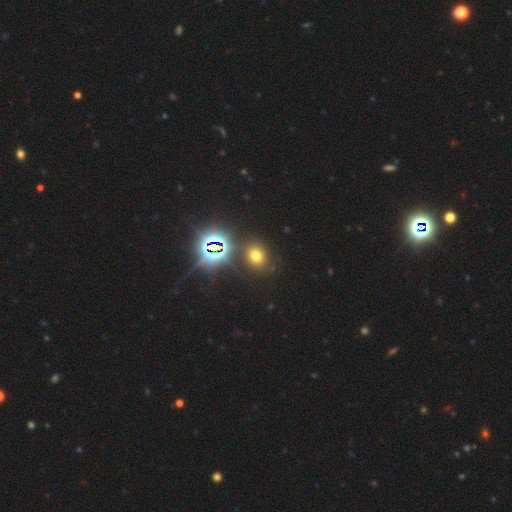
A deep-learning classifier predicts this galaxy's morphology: Overall: smooth (59%; star or artifact 32%). How rounded: round (74%). Merging: none (83%).